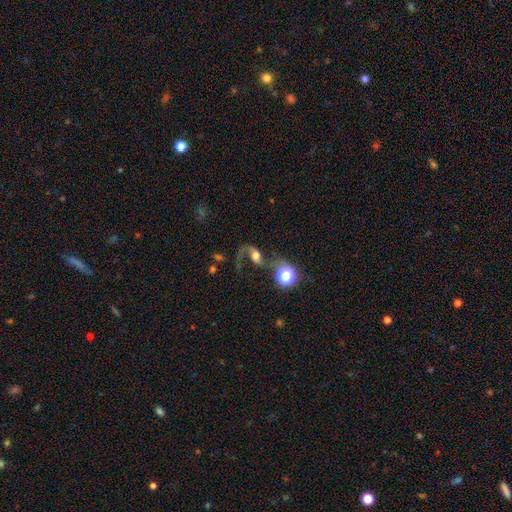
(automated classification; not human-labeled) This appears to be a featured or disk galaxy (60%) with no bar (54%), spiral arms (87%) and a moderate central bulge (43%). Merging: major disturbance (35%, tied with none).